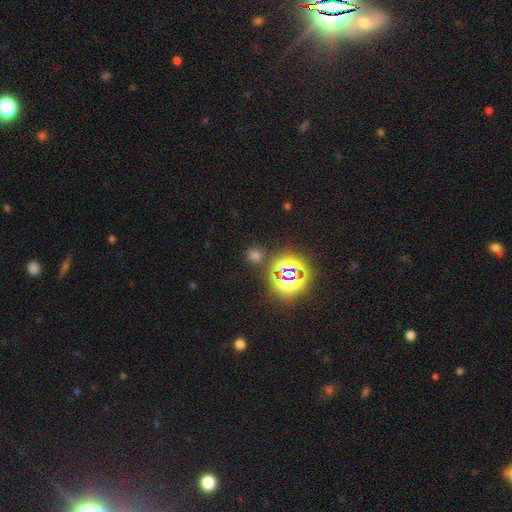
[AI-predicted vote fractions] The model was most divided on "smooth or featured": smooth: 49%, star or artifact: 45%, featured or disk: 6%. More confident: merging — none (79%).